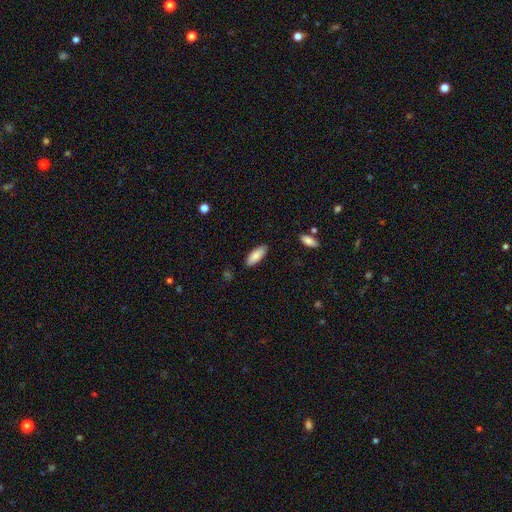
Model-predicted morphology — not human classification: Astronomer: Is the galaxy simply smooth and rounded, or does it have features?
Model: smooth — 85%.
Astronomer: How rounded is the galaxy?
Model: in between — 74%.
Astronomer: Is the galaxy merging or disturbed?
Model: none — 88%.